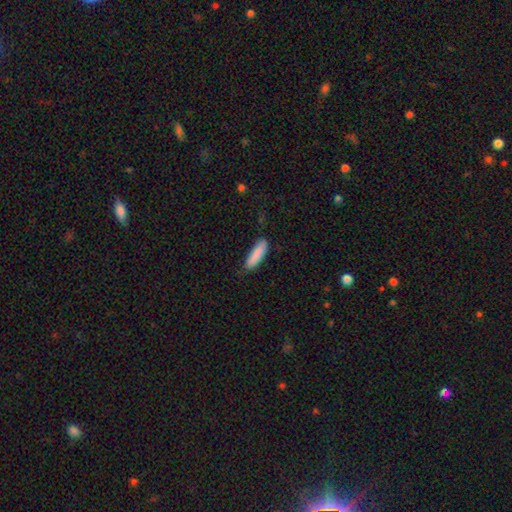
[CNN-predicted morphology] Q: Smooth or featured?
A: smooth (87%); runner-up: featured or disk (7%)
Q: How rounded?
A: cigar-shaped (66%); runner-up: in between (32%)
Q: Merging?
A: none (79%); runner-up: minor disturbance (16%)